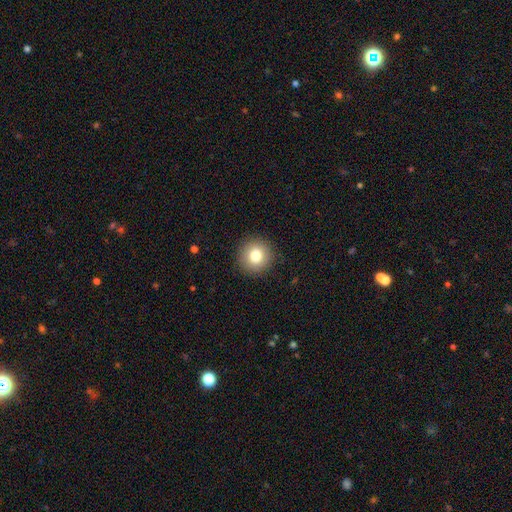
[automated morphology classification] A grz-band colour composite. It shows a smooth galaxy with no disk features (80%) that is round (94%). Merging: none (91%).